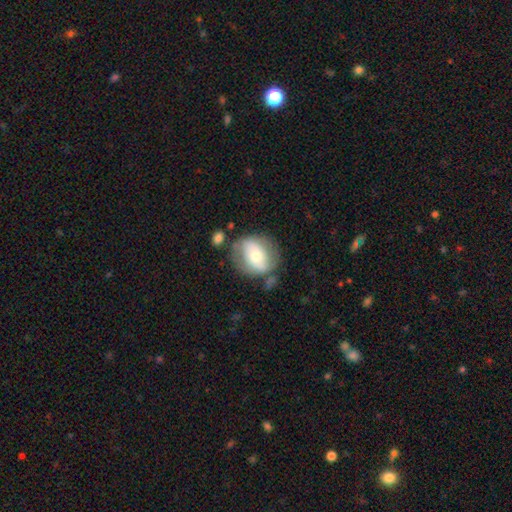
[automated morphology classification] type=smooth (50%); roundness=round (58%); merging=none (60%).